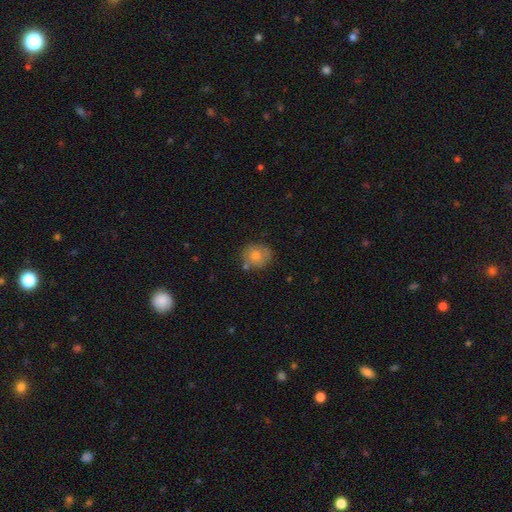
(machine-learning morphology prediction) A smooth galaxy with no disk features (73%) that is round (73%). Merging: none (76%).